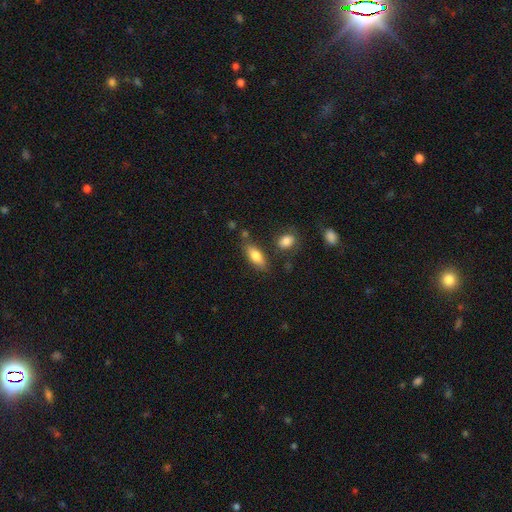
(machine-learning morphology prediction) A smooth galaxy with no disk features (80%) that is in between round and cigar-shaped (79%).

Vote fractions:
- Smooth or featured? smooth: 80% / featured or disk: 13% / star or artifact: 7%
- How rounded? in between: 79% / cigar-shaped: 18% / round: 3%
- Merging? none: 76% / minor disturbance: 14% / merger: 6% / major disturbance: 4%